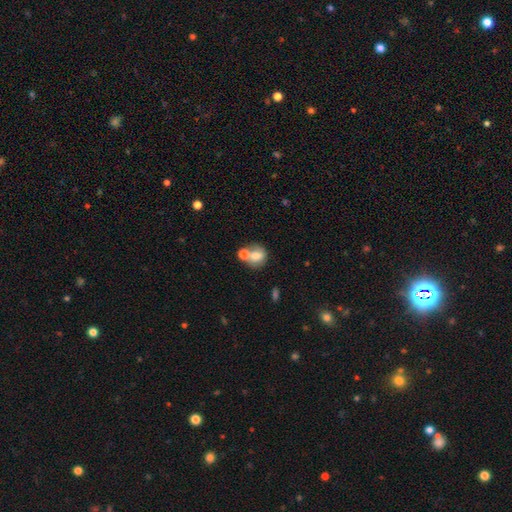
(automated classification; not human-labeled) smooth-or-featured: smooth: 71% | featured or disk: 20% | star or artifact: 10%
  how-rounded: round: 74% | in between: 25% | cigar-shaped: 1%
  merging: none: 44% | merger: 38% | minor disturbance: 12% | major disturbance: 5%